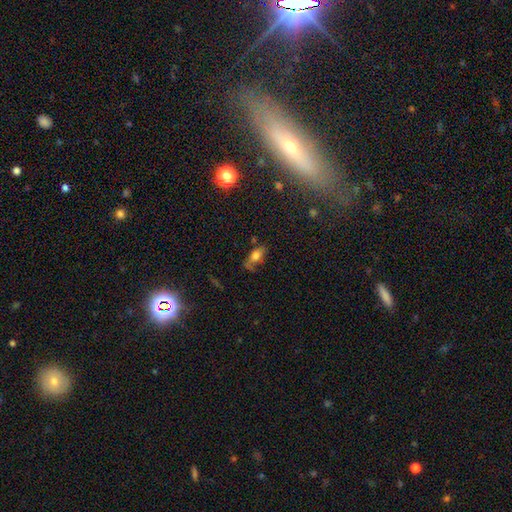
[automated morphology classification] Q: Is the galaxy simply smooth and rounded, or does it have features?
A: smooth — 67%.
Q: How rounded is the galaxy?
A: in between — 83%.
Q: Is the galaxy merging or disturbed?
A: none — 48%.